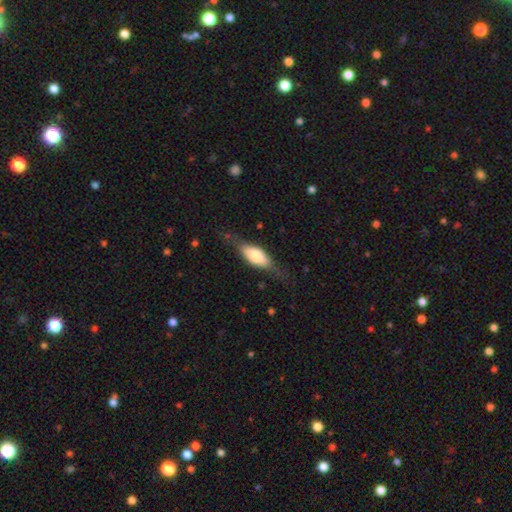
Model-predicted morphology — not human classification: Overall: smooth (56%; featured or disk 38%). How rounded: in between (70%). Merging: none (65%).